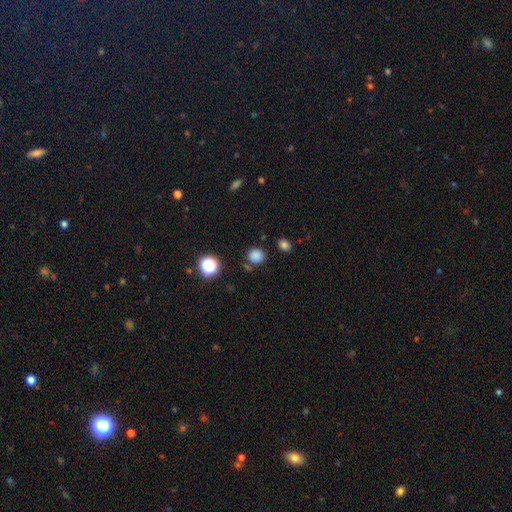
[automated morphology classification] Smooth or featured?
  - smooth: 80% *
  - star or artifact: 16%
  - featured or disk: 4%
How rounded?
  - round: 87% *
  - in between: 12%
  - cigar-shaped: 1%
Merging?
  - none: 81% *
  - minor disturbance: 10%
  - merger: 6%
  - major disturbance: 3%